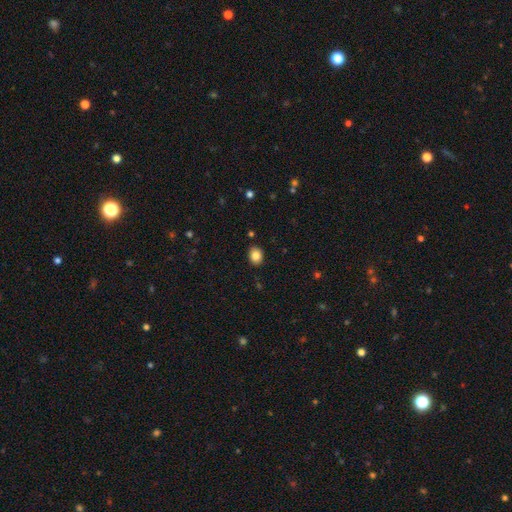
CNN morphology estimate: smooth 84%, star or artifact 9%, featured or disk 7%. Down the decision tree: how rounded — in between (59%); merging — none (88%).